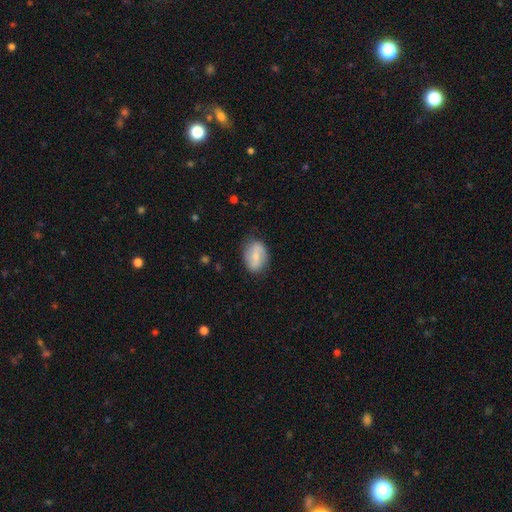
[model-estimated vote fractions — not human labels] The model was most divided on "smooth or featured": featured or disk: 47%, smooth: 46%, star or artifact: 7%. More confident: merging — none (79%).